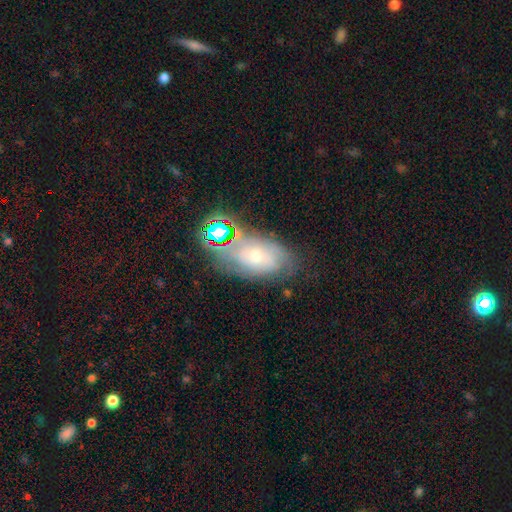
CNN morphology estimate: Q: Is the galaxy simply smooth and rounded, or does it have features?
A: featured or disk — 47%.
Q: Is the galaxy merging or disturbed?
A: none — 55%.